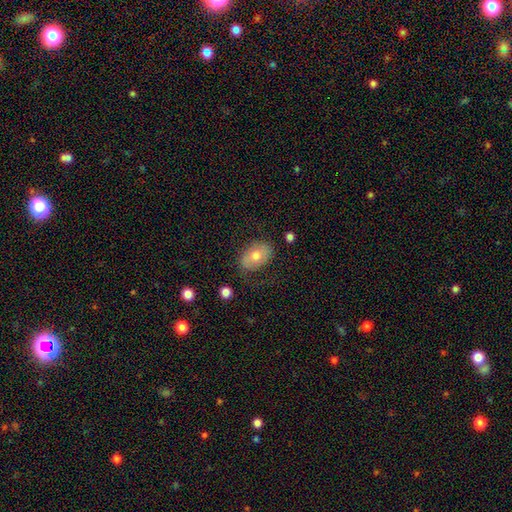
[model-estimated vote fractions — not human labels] smooth 67%, featured or disk 26%, star or artifact 8%. Down the decision tree: how rounded — in between (85%); merging — none (71%).